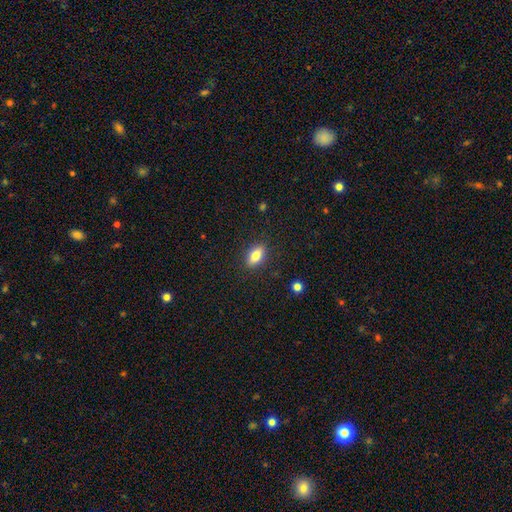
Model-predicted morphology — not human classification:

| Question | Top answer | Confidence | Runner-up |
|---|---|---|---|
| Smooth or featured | smooth | 78% | featured or disk (14%) |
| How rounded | in between | 84% | cigar-shaped (10%) |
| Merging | none | 87% | minor disturbance (9%) |